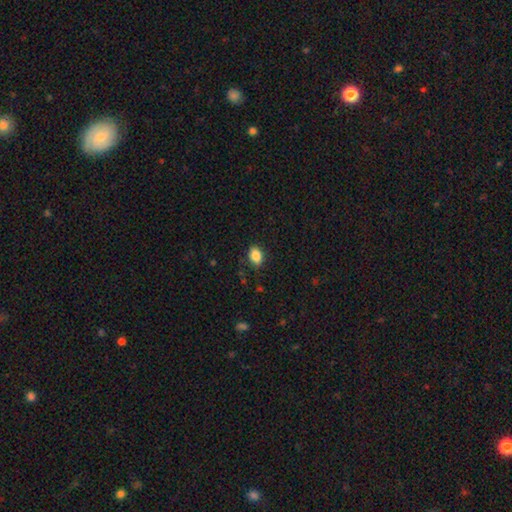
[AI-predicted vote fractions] smooth_or_featured: smooth (p=0.86) [alt: star or artifact p=0.09]
how_rounded: in between (p=0.81) [alt: round p=0.18]
merging: none (p=0.85) [alt: minor disturbance p=0.12]